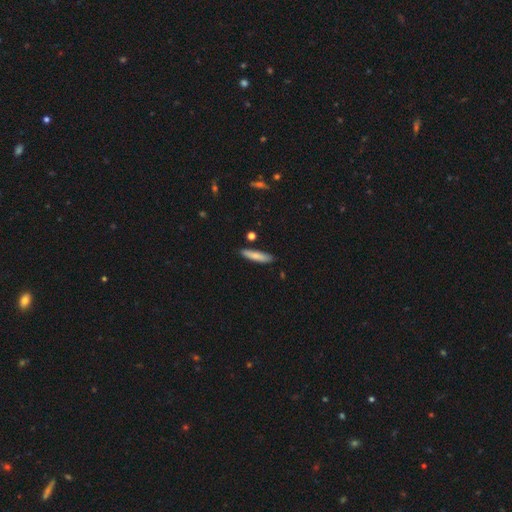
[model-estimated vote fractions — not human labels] A smooth galaxy with no disk features (80%) that is cigar-shaped (82%).

Vote fractions:
- Smooth or featured? smooth: 80% / featured or disk: 13% / star or artifact: 6%
- How rounded? cigar-shaped: 82% / in between: 17% / round: 2%
- Merging? none: 85% / minor disturbance: 11% / merger: 3% / major disturbance: 2%